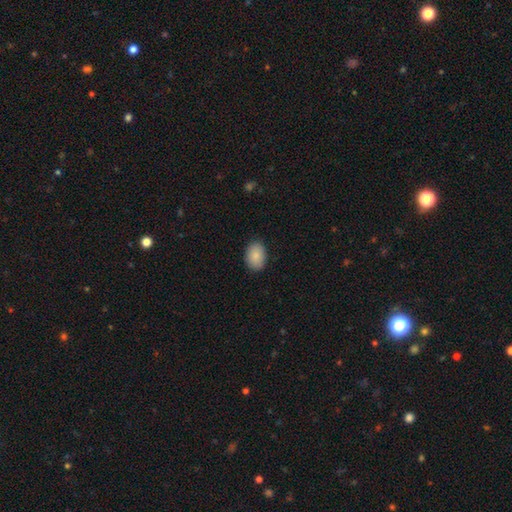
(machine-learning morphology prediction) Overall: smooth (88%). How rounded: in between (81%). Merging: none (88%).